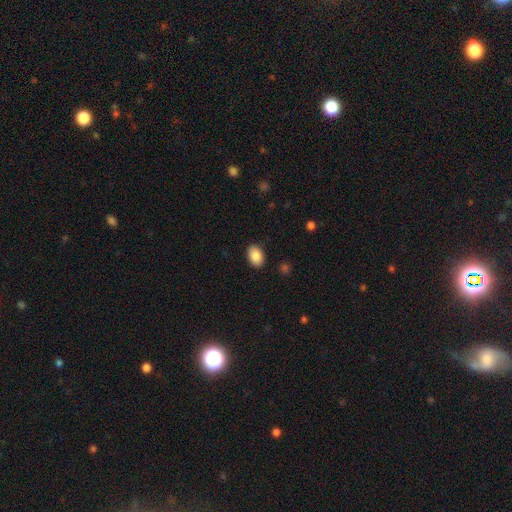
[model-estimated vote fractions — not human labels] Morphology: type=smooth (87%); roundness=in between (86%); merging=none (89%).